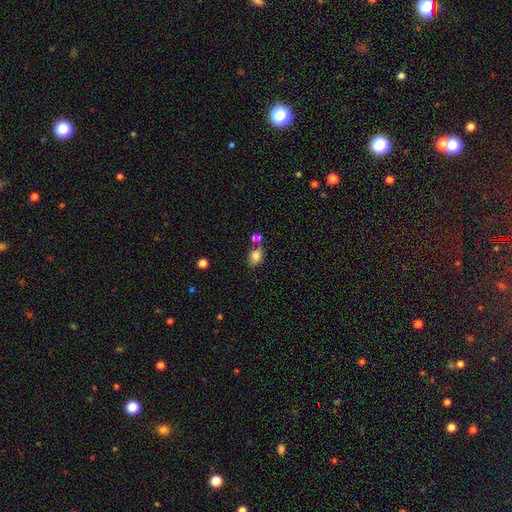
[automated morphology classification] Overall: smooth (79%). How rounded: in between (76%). Merging: none (55%; merger 24%).